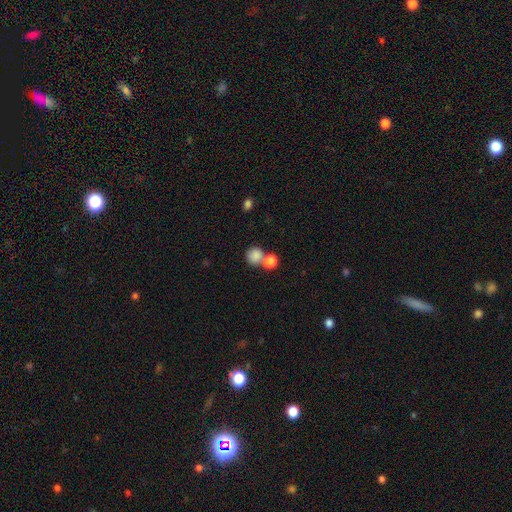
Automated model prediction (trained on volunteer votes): Smooth or featured?
  - smooth: 83% *
  - star or artifact: 9%
  - featured or disk: 7%
How rounded?
  - round: 82% *
  - in between: 17%
  - cigar-shaped: 1%
Merging?
  - merger: 45% *
  - none: 43%
  - minor disturbance: 8%
  - major disturbance: 4%